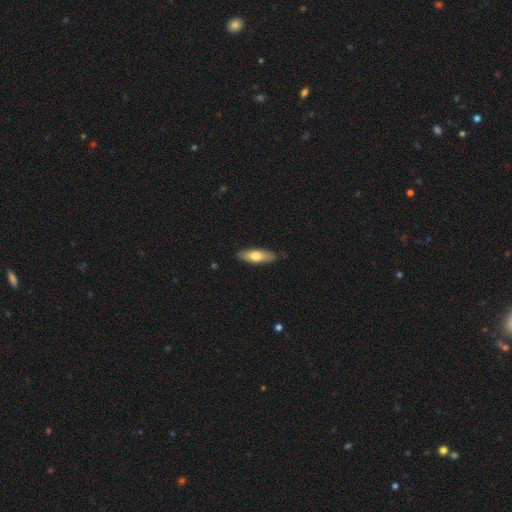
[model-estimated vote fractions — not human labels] smooth-or-featured: smooth: 68% | featured or disk: 26% | star or artifact: 5%
  how-rounded: in between: 56% | cigar-shaped: 42% | round: 2%
  merging: none: 85% | minor disturbance: 12% | major disturbance: 2% | merger: 1%